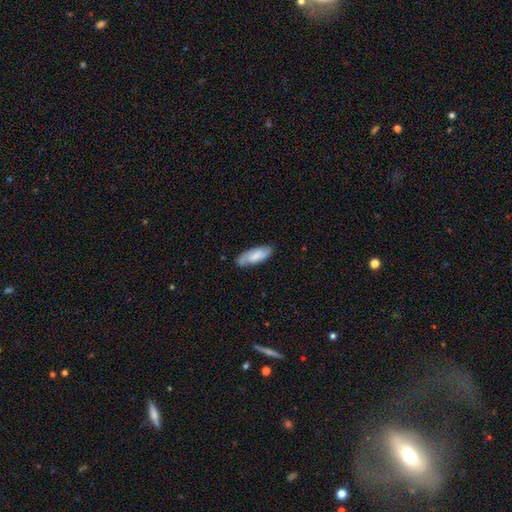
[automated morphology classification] The model was most divided on "smooth or featured": smooth: 64%, featured or disk: 30%, star or artifact: 6%. More confident: merging — none (75%); how rounded — in between (72%).